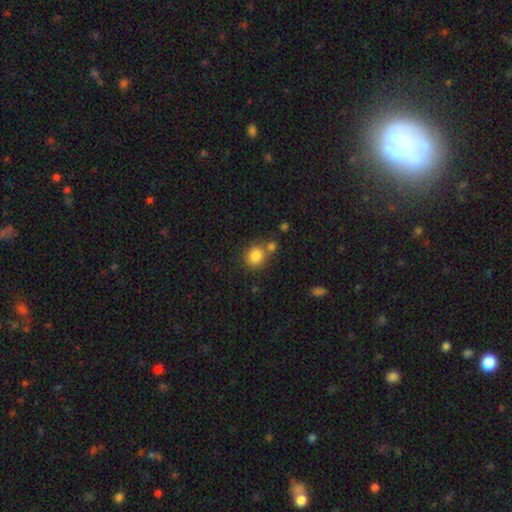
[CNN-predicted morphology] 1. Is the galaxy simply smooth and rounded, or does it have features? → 84% smooth, 10% star or artifact, 6% featured or disk.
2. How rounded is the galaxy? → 80% round, 19% in between, 1% cigar-shaped.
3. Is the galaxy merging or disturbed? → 59% none, 26% merger, 11% minor disturbance, 4% major disturbance.